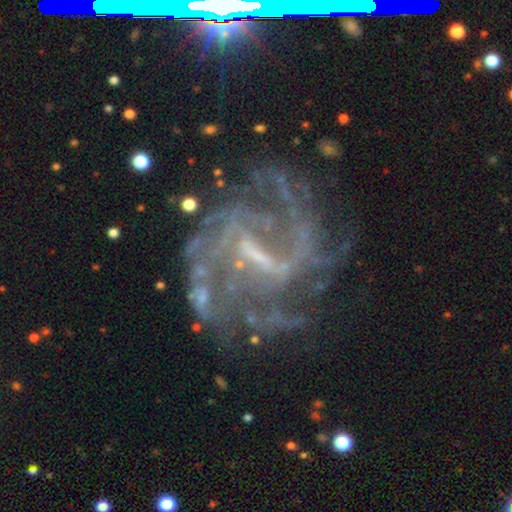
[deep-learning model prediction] Q: Smooth or featured?
A: featured or disk (85%); runner-up: star or artifact (11%)
Q: Edge-on disk?
A: no (97%); runner-up: yes (3%)
Q: Bar?
A: strong (47%); runner-up: weak (40%)
Q: Spiral arms?
A: yes (92%); runner-up: no (8%)
Q: Spiral winding?
A: medium (45%); runner-up: tight (35%)
Q: Spiral arm count?
A: 2 (32%); runner-up: can't tell (30%)
Q: Bulge size?
A: small (41%); runner-up: none (39%)
Q: Merging?
A: none (63%); runner-up: major disturbance (17%)